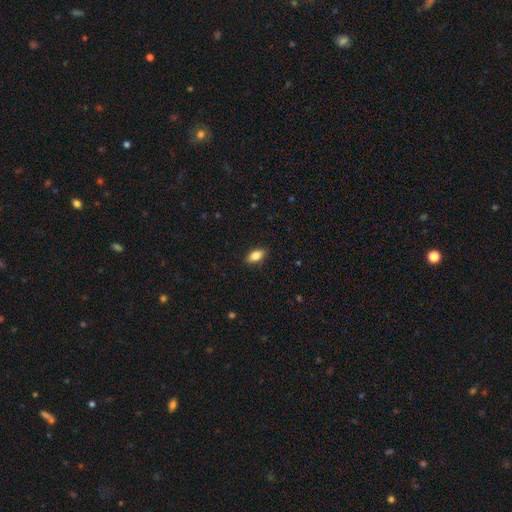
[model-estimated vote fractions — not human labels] Smooth or featured? Predicted: smooth (p=0.83). How rounded? Predicted: in between (p=0.88). Merging? Predicted: none (p=0.88).